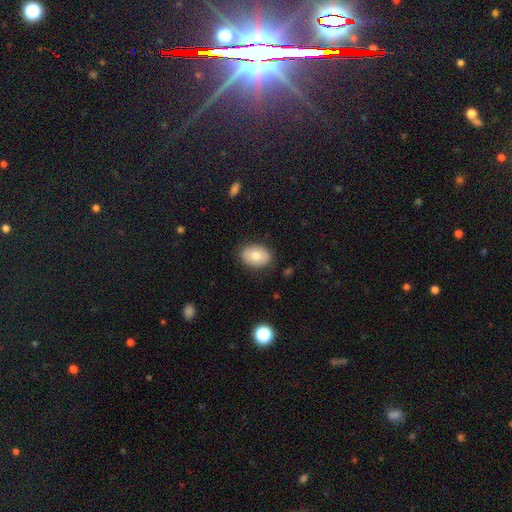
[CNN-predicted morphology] A smooth galaxy with no disk features (75%) that is in between round and cigar-shaped (77%). Merging: none (86%).